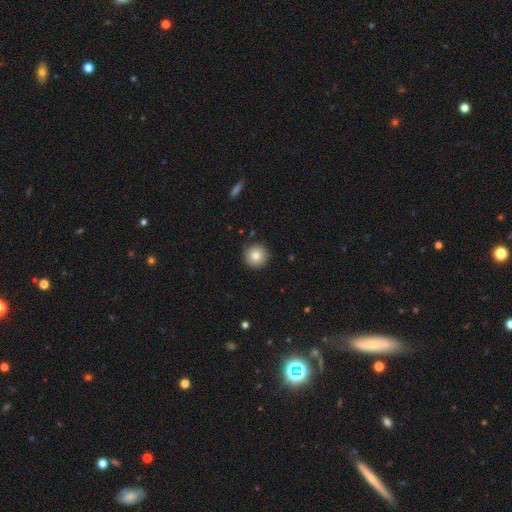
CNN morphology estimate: Overall: smooth (81%). How rounded: round (96%). Merging: none (89%).